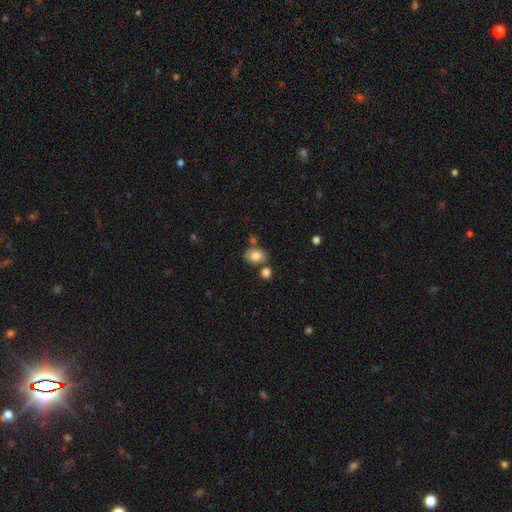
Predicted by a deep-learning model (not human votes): smooth_or_featured: smooth (p=0.81) [alt: featured or disk p=0.10]
how_rounded: in between (p=0.67) [alt: round p=0.32]
merging: none (p=0.61) [alt: merger p=0.18]